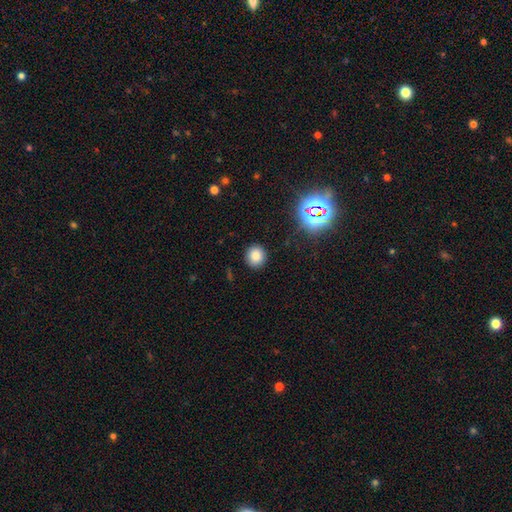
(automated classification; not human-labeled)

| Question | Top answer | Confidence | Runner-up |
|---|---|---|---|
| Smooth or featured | smooth | 80% | star or artifact (15%) |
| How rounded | round | 84% | in between (15%) |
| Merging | none | 90% | minor disturbance (7%) |